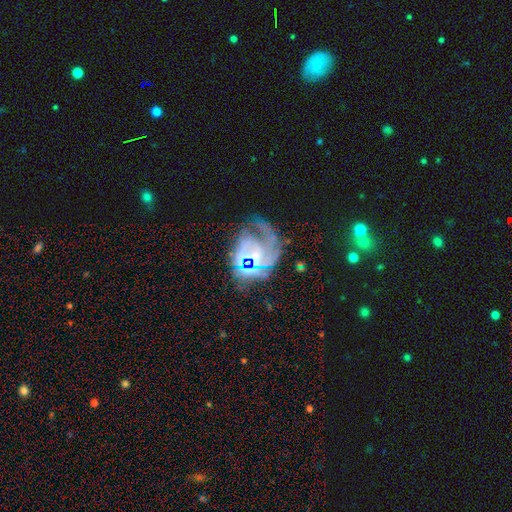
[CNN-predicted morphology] A featured or disk galaxy (64%) with no bar (57%), spiral arms (80%) and a small central bulge (40%). Merging: none (44%).